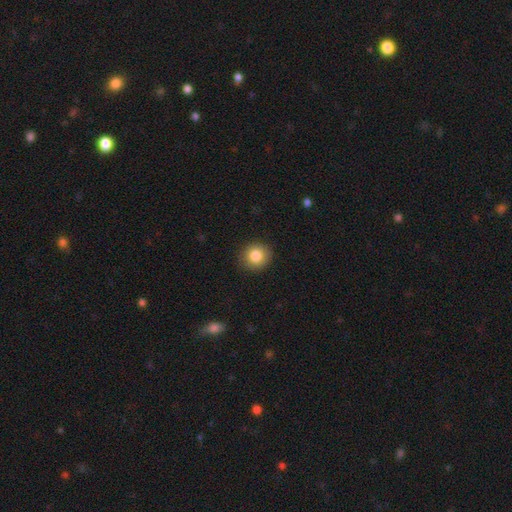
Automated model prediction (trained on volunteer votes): Smooth or featured? Predicted: smooth (p=0.85). How rounded? Predicted: round (p=0.87). Merging? Predicted: none (p=0.89).